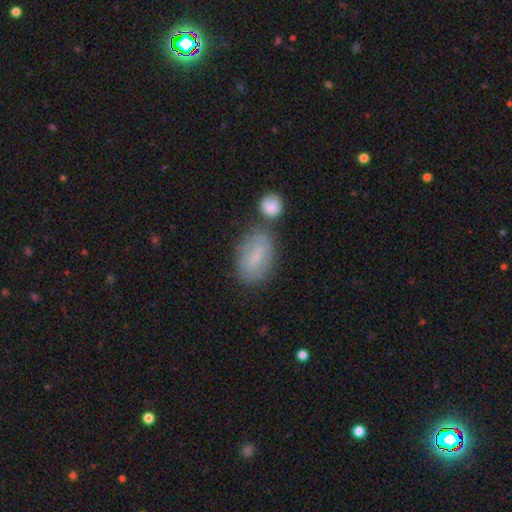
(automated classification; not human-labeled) Overall: smooth (60%; featured or disk 30%). How rounded: in between (88%). Merging: none (54%; merger 24%).